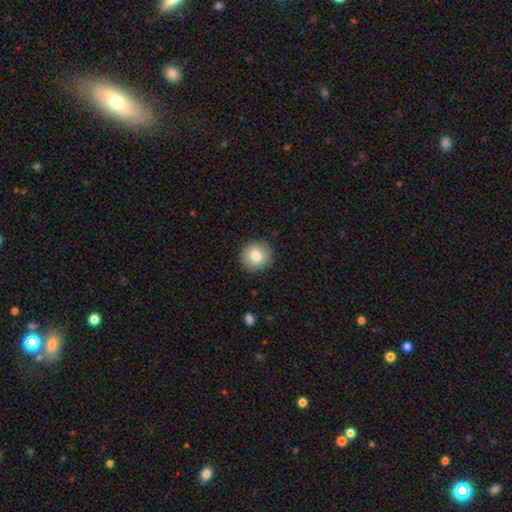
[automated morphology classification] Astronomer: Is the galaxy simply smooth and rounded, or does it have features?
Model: smooth — 83%.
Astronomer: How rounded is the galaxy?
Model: round — 93%.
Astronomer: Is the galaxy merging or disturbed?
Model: none — 91%.